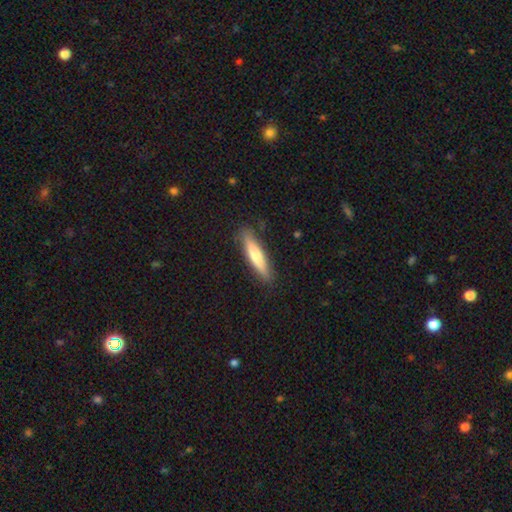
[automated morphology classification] Smooth or featured? smooth (64%)
How rounded? cigar-shaped (84%)
Merging? none (85%)